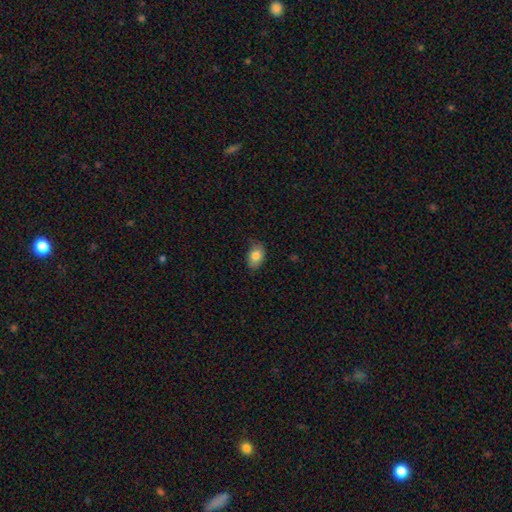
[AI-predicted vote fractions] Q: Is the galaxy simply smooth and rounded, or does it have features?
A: smooth — 83%.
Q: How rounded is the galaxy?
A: in between — 84%.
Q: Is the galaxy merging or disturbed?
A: none — 75%.